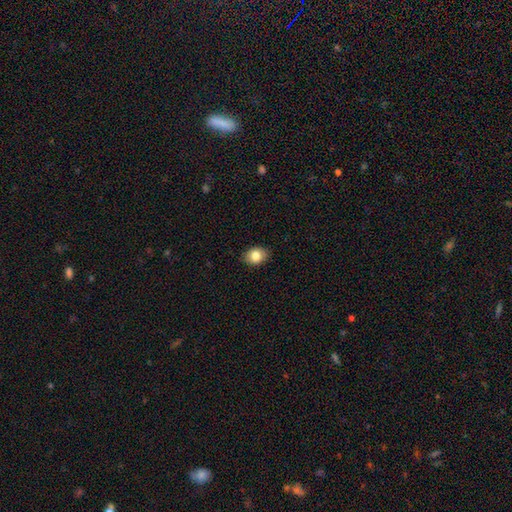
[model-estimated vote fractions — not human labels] Smooth or featured: smooth — 82% (featured or disk — 9%)
How rounded: in between — 68% (round — 30%)
Merging: none — 87% (minor disturbance — 10%)